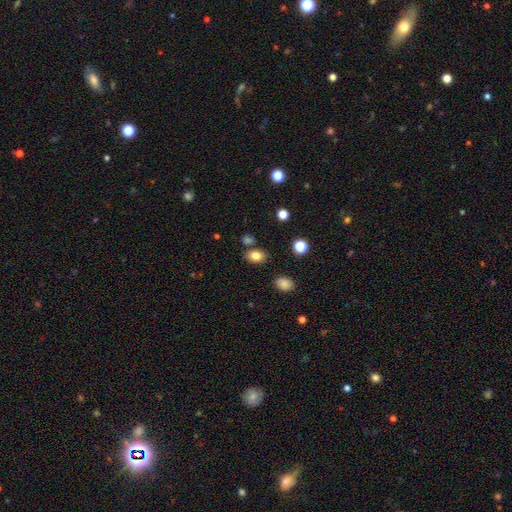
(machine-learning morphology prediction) A smooth galaxy with no disk features (82%) that is in between round and cigar-shaped (77%).

Vote fractions:
- Smooth or featured? smooth: 82% / star or artifact: 12% / featured or disk: 7%
- How rounded? in between: 77% / round: 21% / cigar-shaped: 1%
- Merging? none: 74% / minor disturbance: 13% / merger: 9% / major disturbance: 4%